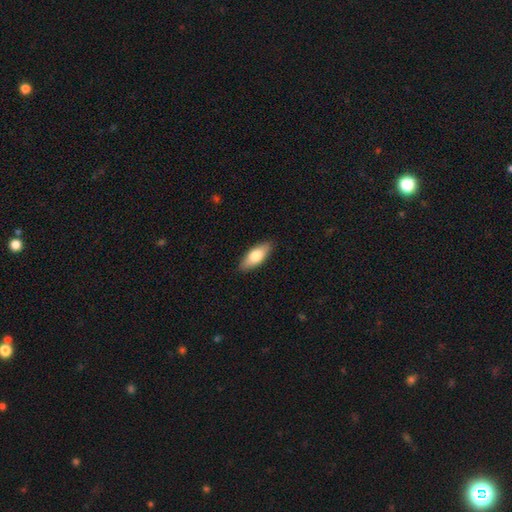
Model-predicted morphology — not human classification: A smooth galaxy with no disk features (72%) that is in between round and cigar-shaped (77%). Merging: none (88%).